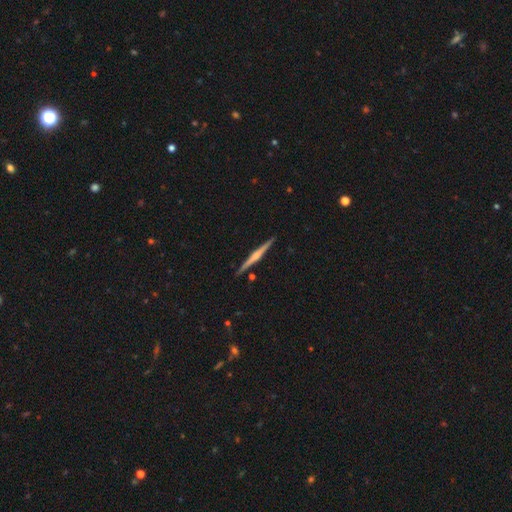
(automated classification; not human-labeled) Smooth or featured: featured or disk — 72% (smooth — 23%)
Edge-on disk: yes — 98% (no — 2%)
Edge-on bulge: rounded — 71% (none — 15%)
Merging: none — 91% (minor disturbance — 6%)